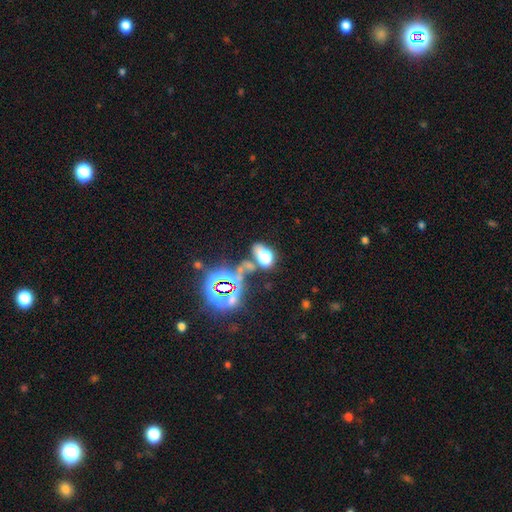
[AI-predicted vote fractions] smooth_or_featured: star or artifact (p=0.67) [alt: smooth p=0.23]